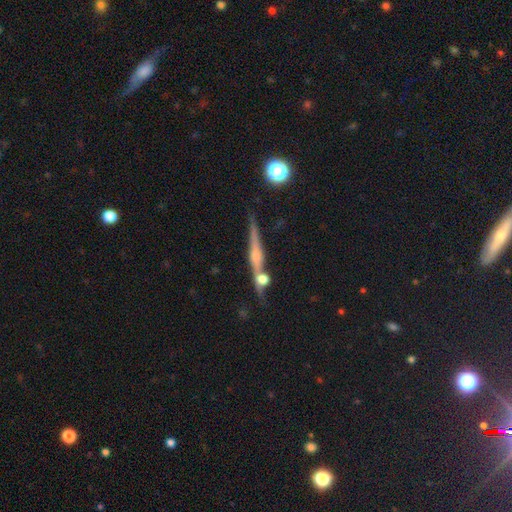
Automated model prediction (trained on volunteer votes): This appears to be a featured or disk galaxy (71%) viewed edge-on (96%) with a rounded central bulge (67%). Merging: none (69%).